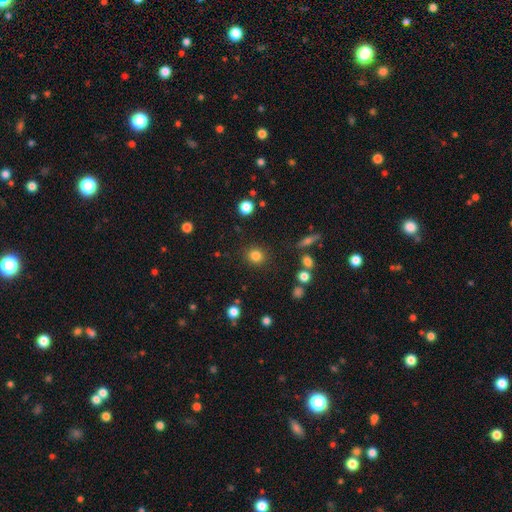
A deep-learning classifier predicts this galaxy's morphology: Smooth or featured? Predicted: smooth (p=0.82). How rounded? Predicted: round (p=0.89). Merging? Predicted: none (p=0.88).